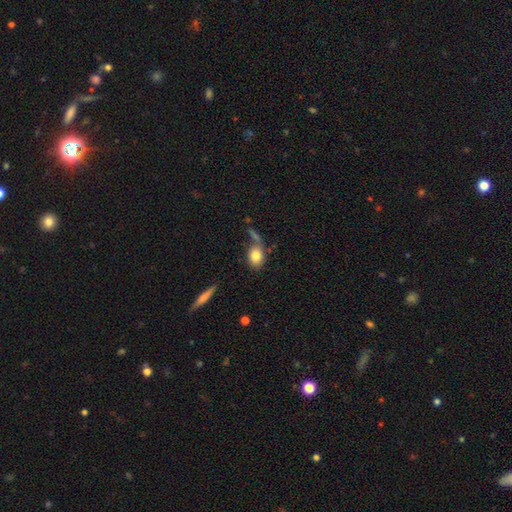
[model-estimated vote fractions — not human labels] Smooth or featured? Predicted: smooth (p=0.80). How rounded? Predicted: in between (p=0.69). Merging? Predicted: none (p=0.53).